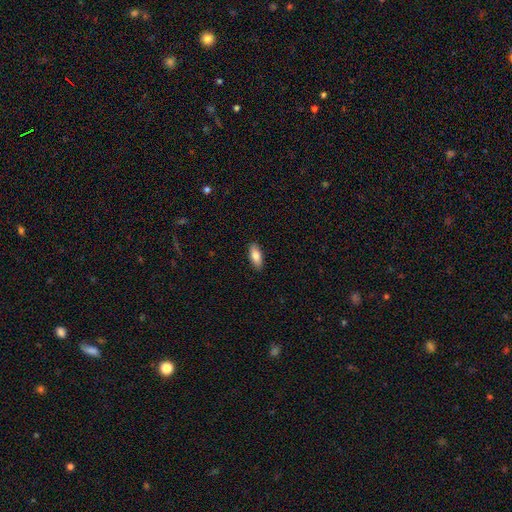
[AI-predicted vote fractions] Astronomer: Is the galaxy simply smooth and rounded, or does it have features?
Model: smooth — 84%.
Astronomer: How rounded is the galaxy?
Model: in between — 84%.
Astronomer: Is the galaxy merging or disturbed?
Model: none — 90%.